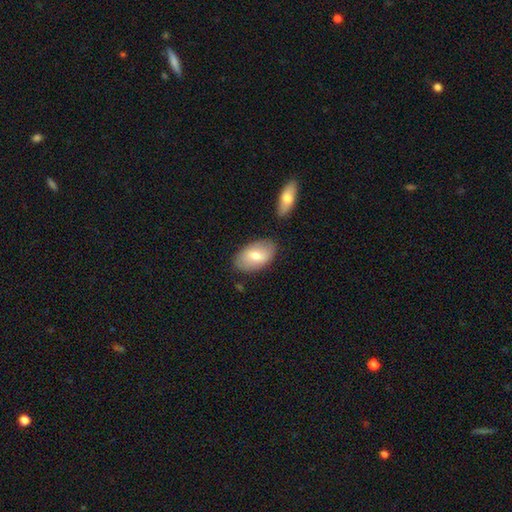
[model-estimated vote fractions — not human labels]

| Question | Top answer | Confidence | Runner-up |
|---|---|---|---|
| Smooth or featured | smooth | 73% | featured or disk (22%) |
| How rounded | in between | 94% | round (5%) |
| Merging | none | 77% | minor disturbance (15%) |